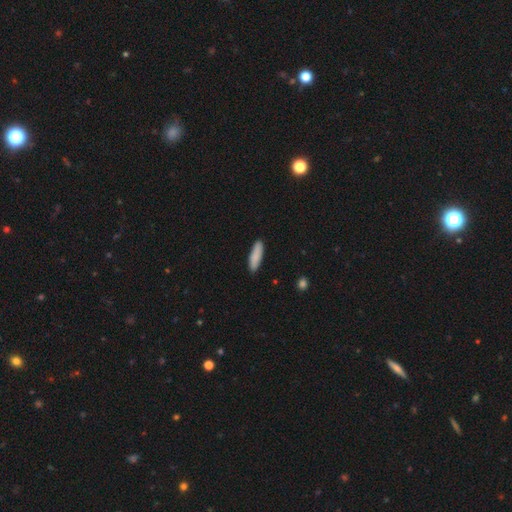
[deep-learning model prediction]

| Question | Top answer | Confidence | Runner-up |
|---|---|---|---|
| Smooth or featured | smooth | 87% | featured or disk (7%) |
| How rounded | cigar-shaped | 65% | in between (34%) |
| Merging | none | 88% | minor disturbance (9%) |